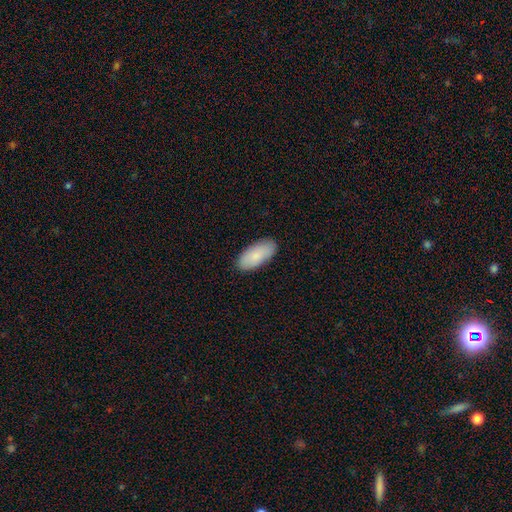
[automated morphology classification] A smooth galaxy with no disk features (85%) that is in between round and cigar-shaped (92%). Merging: none (87%).